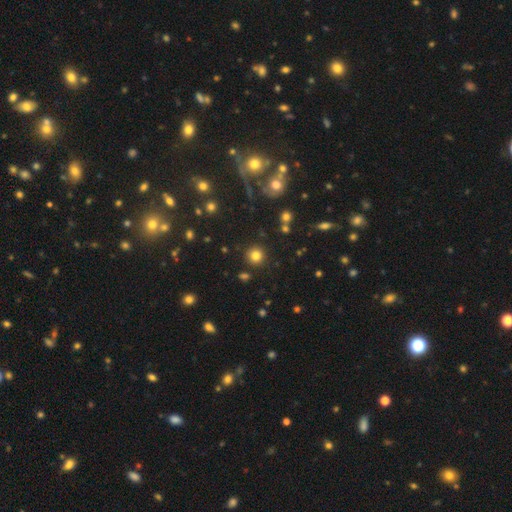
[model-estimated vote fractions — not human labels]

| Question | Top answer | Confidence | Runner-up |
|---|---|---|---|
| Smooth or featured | smooth | 80% | star or artifact (13%) |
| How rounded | round | 94% | in between (5%) |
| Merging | none | 90% | minor disturbance (6%) |